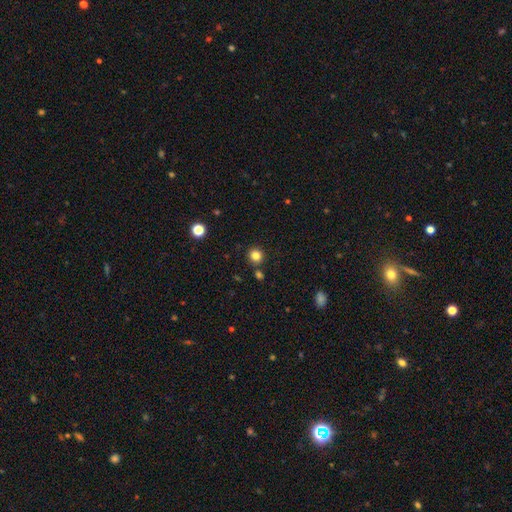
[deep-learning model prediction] This appears to be a smooth galaxy with no disk features (82%) that is round (91%). Merging: none (84%).